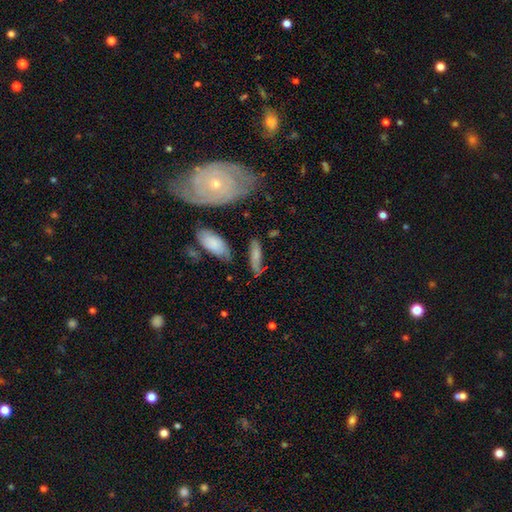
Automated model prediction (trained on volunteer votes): A smooth galaxy with no disk features (54%) that is cigar-shaped (52%).

Vote fractions:
- Smooth or featured? smooth: 54% / featured or disk: 36% / star or artifact: 10%
- How rounded? cigar-shaped: 52% / in between: 45% / round: 4%
- Merging? none: 64% / minor disturbance: 22% / major disturbance: 8% / merger: 6%